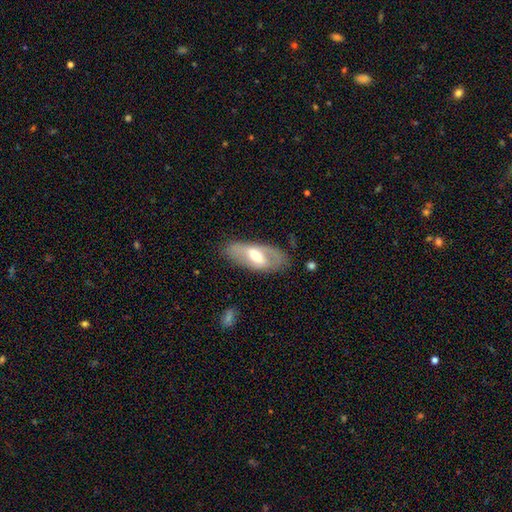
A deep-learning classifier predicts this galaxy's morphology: smooth-or-featured: featured or disk: 57% | smooth: 37% | star or artifact: 6%
  disk-edge-on: no: 84% | yes: 16%
  merging: none: 73% | minor disturbance: 18% | major disturbance: 7% | merger: 2%